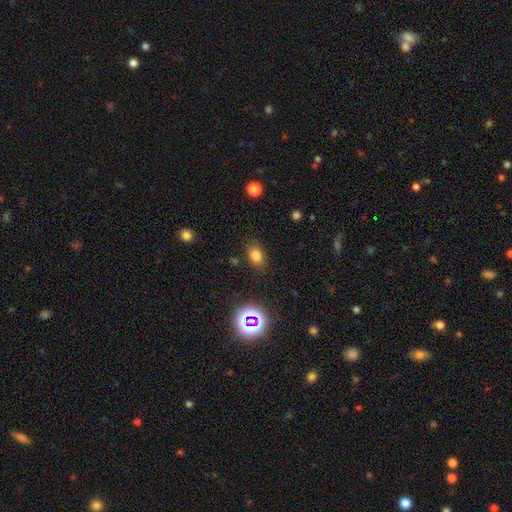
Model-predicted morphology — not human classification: Smooth or featured? Predicted: smooth (p=0.75). How rounded? Predicted: in between (p=0.68). Merging? Predicted: none (p=0.84).